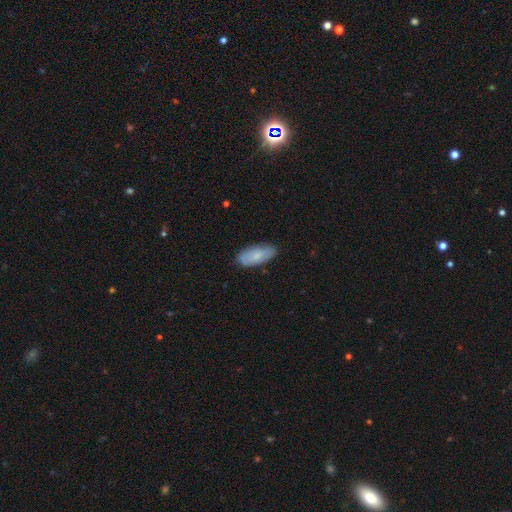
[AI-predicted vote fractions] This is likely a smooth galaxy (74%). How rounded: clearly in between (86%). Merging: clearly none (80%).